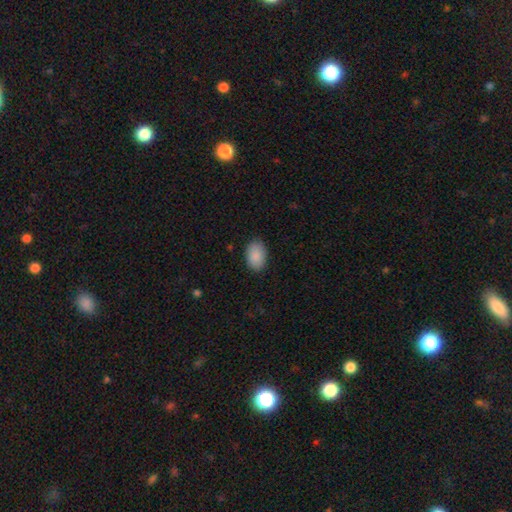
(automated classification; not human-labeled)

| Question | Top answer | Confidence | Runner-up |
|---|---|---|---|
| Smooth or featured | smooth | 90% | star or artifact (6%) |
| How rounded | in between | 87% | round (12%) |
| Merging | none | 86% | minor disturbance (11%) |